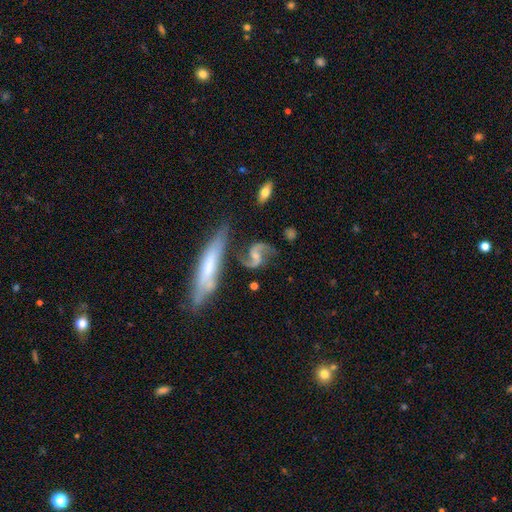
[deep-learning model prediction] A featured or disk galaxy (88%) with a weak bar (44%), 2 (93%) loose (60%) spiral arms (97%) and a small central bulge (43%).

Vote fractions:
- Smooth or featured? featured or disk: 88% / smooth: 8% / star or artifact: 5%
- Edge-on disk? no: 95% / yes: 5%
- Bar? weak: 44% / no: 43% / strong: 13%
- Spiral arms? yes: 97% / no: 3%
- Spiral winding? loose: 60% / medium: 33% / tight: 7%
- Spiral arm count? 2: 93% / can't tell: 2% / 1: 2% / 3: 1% / 4: 1% / more than 4: 1%
- Bulge size? small: 43% / moderate: 33% / none: 18% / large: 4% / dominant: 1%
- Merging? none: 64% / minor disturbance: 17% / major disturbance: 10% / merger: 9%